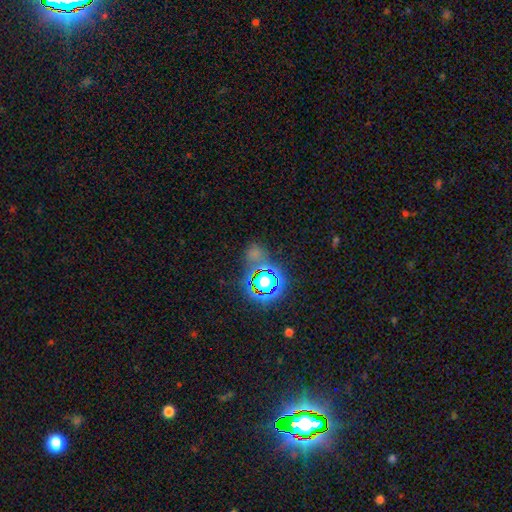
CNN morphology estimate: smooth-or-featured: star or artifact: 54% | smooth: 37% | featured or disk: 9%